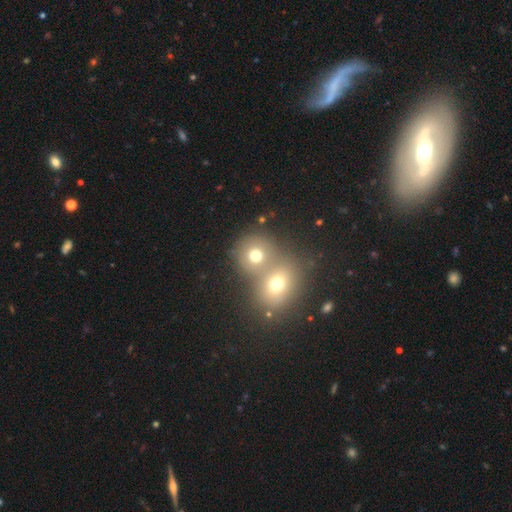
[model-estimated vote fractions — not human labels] The model was most divided on "merging": merger: 55%, none: 35%, minor disturbance: 6%, major disturbance: 3%. More confident: how rounded — round (79%); smooth or featured — smooth (70%).